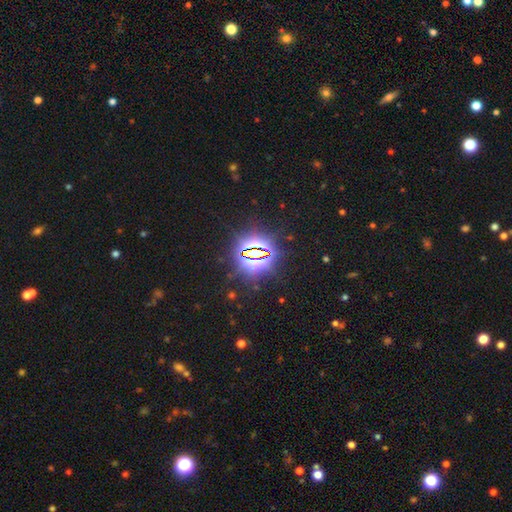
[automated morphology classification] Smooth or featured? star or artifact (82%)